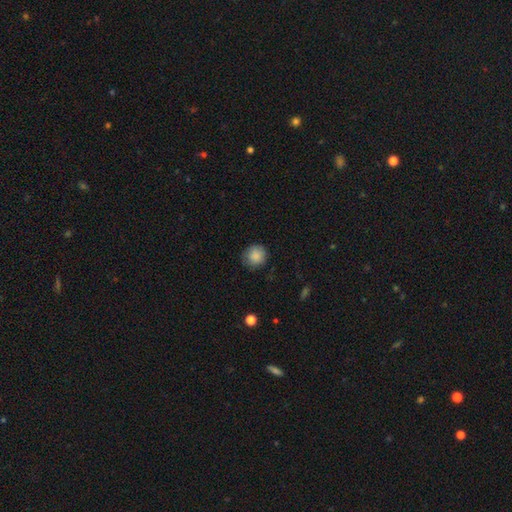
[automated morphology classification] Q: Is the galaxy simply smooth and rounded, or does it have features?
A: smooth — 87%.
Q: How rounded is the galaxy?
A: round — 91%.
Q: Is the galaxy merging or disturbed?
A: none — 80%.